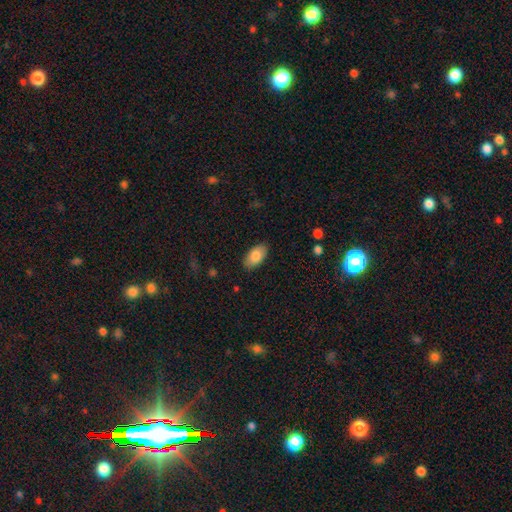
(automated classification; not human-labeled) smooth_or_featured: smooth (p=0.84) [alt: featured or disk p=0.10]
how_rounded: in between (p=0.95) [alt: round p=0.03]
merging: none (p=0.88) [alt: minor disturbance p=0.09]